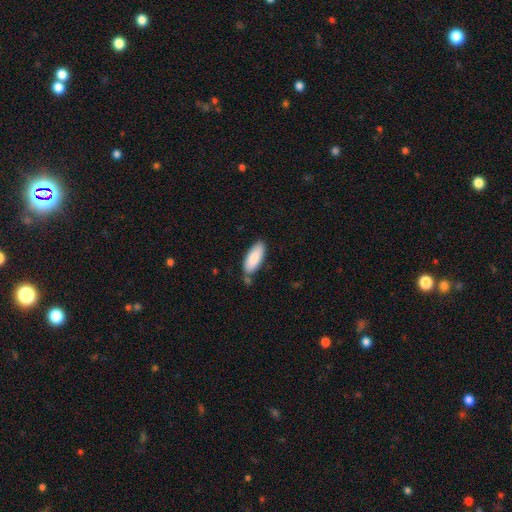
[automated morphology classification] smooth_or_featured: smooth (p=0.85) [alt: featured or disk p=0.09]
how_rounded: in between (p=0.79) [alt: cigar-shaped p=0.19]
merging: none (p=0.74) [alt: minor disturbance p=0.17]